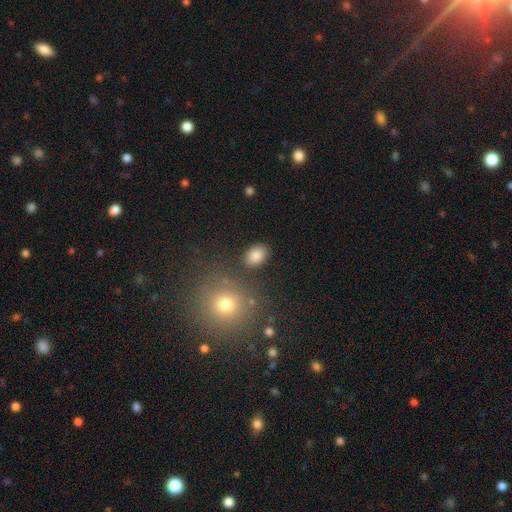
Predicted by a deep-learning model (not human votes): Morphology: type=smooth (86%); roundness=in between (78%); merging=none (84%).